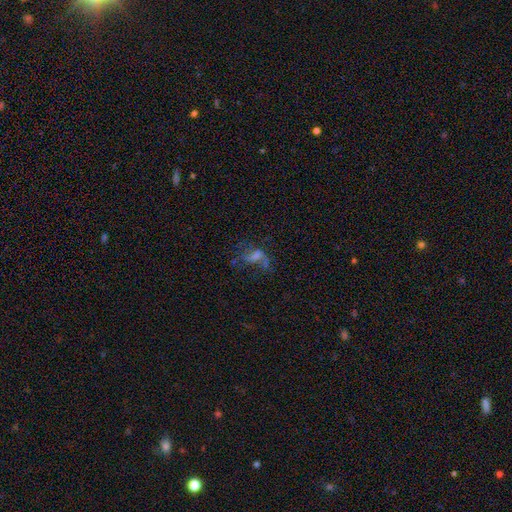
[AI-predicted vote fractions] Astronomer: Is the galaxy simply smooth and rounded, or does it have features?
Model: featured or disk — 48% (runner-up: smooth, 27%).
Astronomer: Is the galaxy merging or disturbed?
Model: none — 38% (runner-up: major disturbance, 36%).